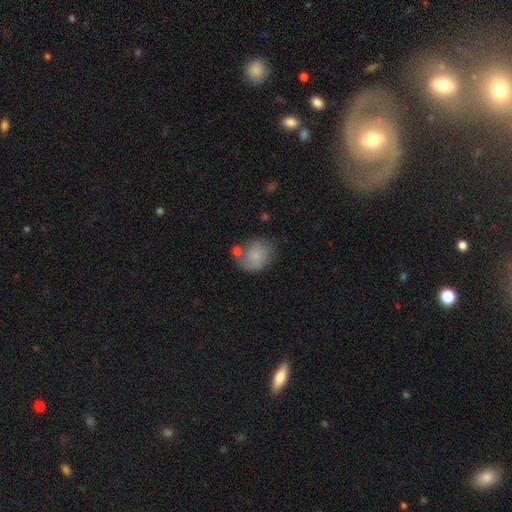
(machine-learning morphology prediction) Overall: smooth (71%). How rounded: round (55%; in between 44%). Merging: none (56%; minor disturbance 23%).